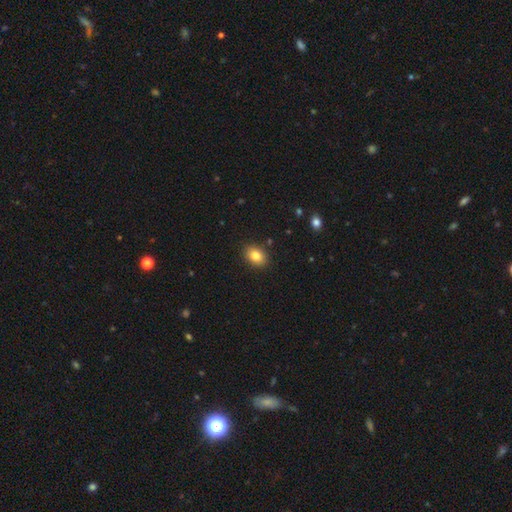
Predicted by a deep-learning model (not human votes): A smooth galaxy with no disk features (83%) that is in between round and cigar-shaped (71%). Merging: none (88%).